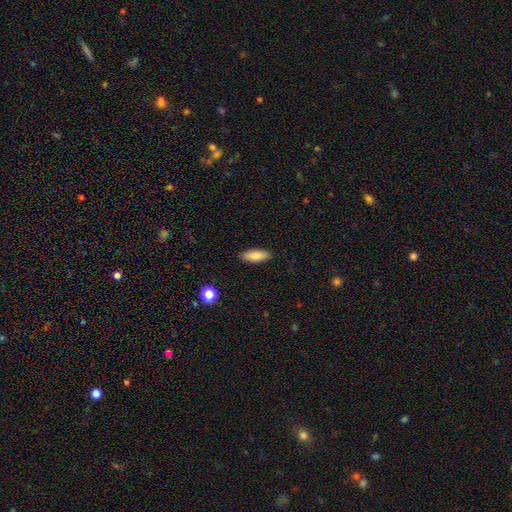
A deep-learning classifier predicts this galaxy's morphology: A smooth galaxy with no disk features (83%) that is in between round and cigar-shaped (68%). Merging: none (89%).